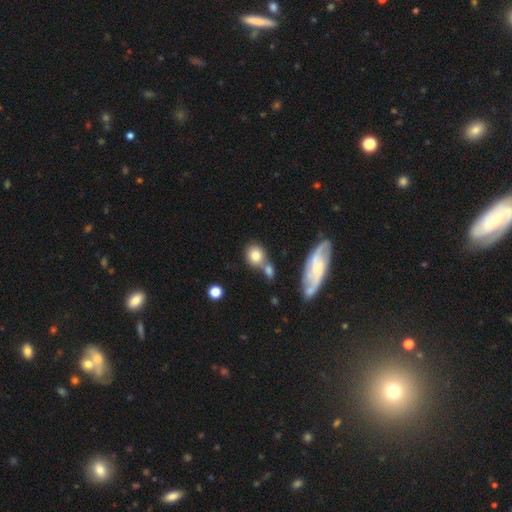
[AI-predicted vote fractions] smooth-or-featured: smooth: 76% | featured or disk: 15% | star or artifact: 8%
  how-rounded: round: 74% | in between: 24% | cigar-shaped: 2%
  merging: none: 52% | merger: 28% | minor disturbance: 14% | major disturbance: 6%